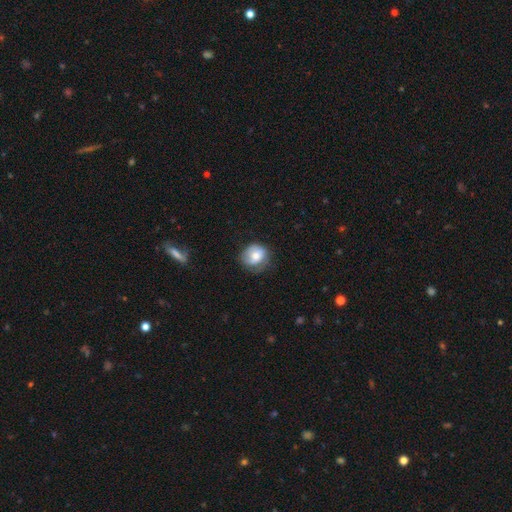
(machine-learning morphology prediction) This is likely a smooth galaxy (68%). How rounded: likely round (76%). Merging: likely none (61%).